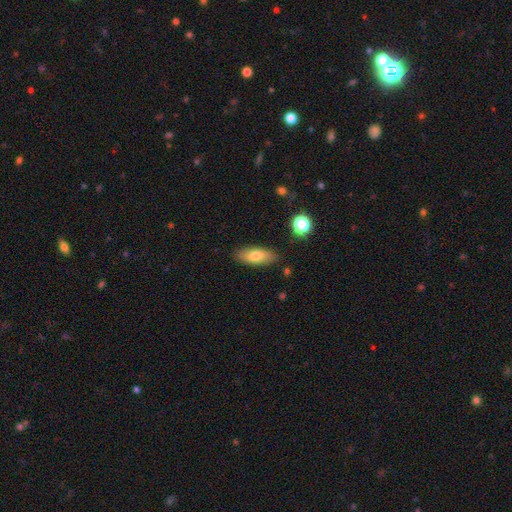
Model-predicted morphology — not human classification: This is likely a smooth galaxy (74%). How rounded: likely in between (76%). Merging: clearly none (85%).